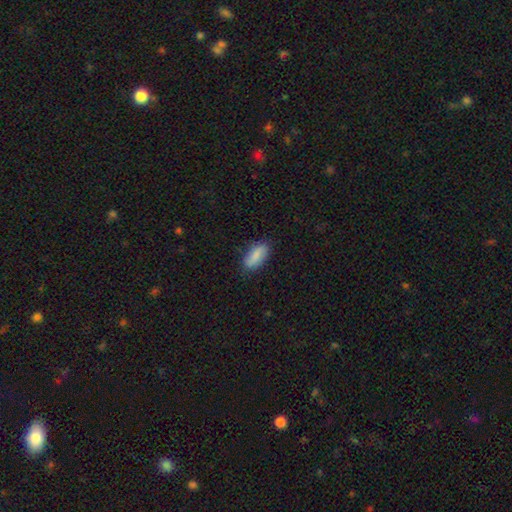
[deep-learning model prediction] The model was most divided on "merging": none: 78%, minor disturbance: 17%, major disturbance: 3%, merger: 1%. More confident: how rounded — in between (85%); smooth or featured — smooth (80%).